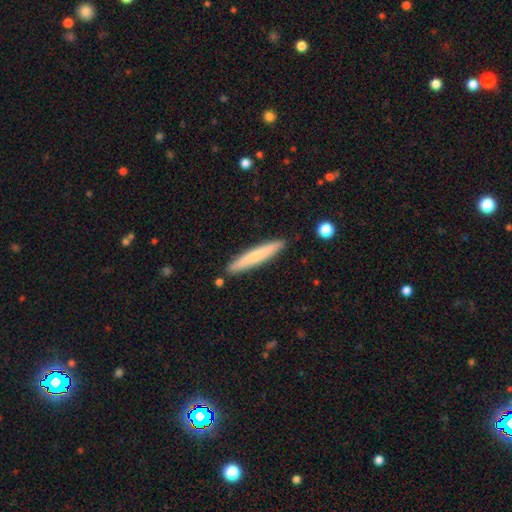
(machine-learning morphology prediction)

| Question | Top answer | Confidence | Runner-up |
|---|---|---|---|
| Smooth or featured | smooth | 68% | featured or disk (27%) |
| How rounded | cigar-shaped | 94% | in between (4%) |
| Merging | none | 90% | minor disturbance (7%) |